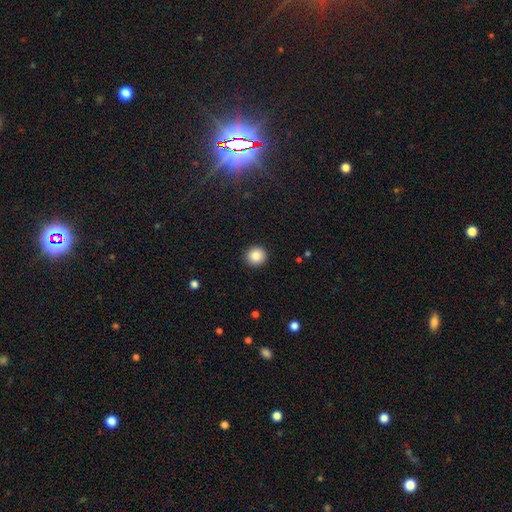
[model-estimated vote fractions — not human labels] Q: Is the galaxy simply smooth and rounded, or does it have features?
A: smooth — 86%.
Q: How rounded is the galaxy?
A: round — 93%.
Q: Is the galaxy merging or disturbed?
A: none — 92%.